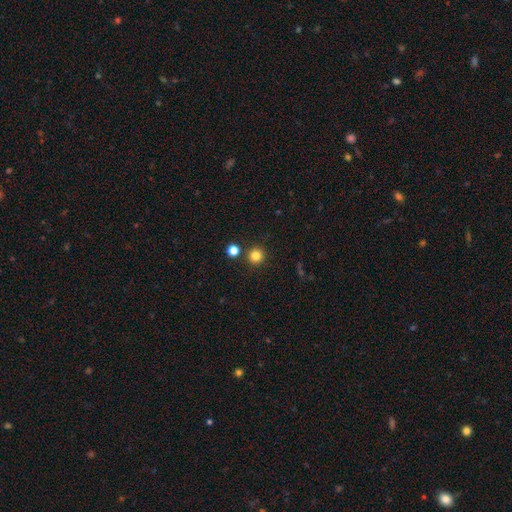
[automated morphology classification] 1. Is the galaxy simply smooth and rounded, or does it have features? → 81% smooth, 14% star or artifact, 5% featured or disk.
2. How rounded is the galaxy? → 95% round, 4% in between, 1% cigar-shaped.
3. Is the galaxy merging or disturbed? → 88% none, 5% minor disturbance, 5% merger, 2% major disturbance.